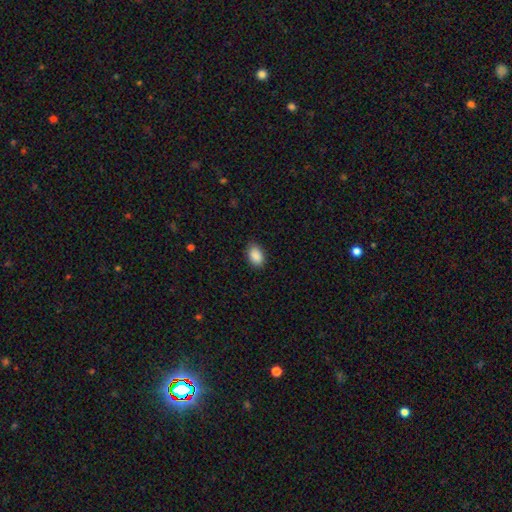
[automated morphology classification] Smooth or featured: smooth — 90% (star or artifact — 7%)
How rounded: in between — 88% (round — 11%)
Merging: none — 85% (minor disturbance — 12%)